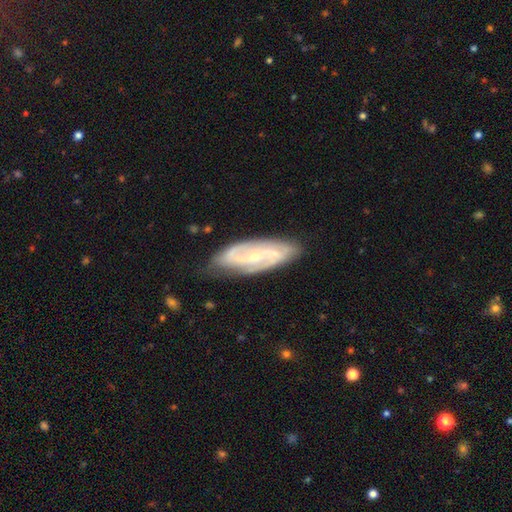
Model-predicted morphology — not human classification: Smooth or featured? Predicted: featured or disk (p=0.83). Edge-on disk? Predicted: no (p=0.90). Bar? Predicted: weak (p=0.41). Spiral arms? Predicted: yes (p=0.94). Spiral winding? Predicted: medium (p=0.44). Spiral arm count? Predicted: 2 (p=0.77). Bulge size? Predicted: small (p=0.70). Merging? Predicted: none (p=0.78).